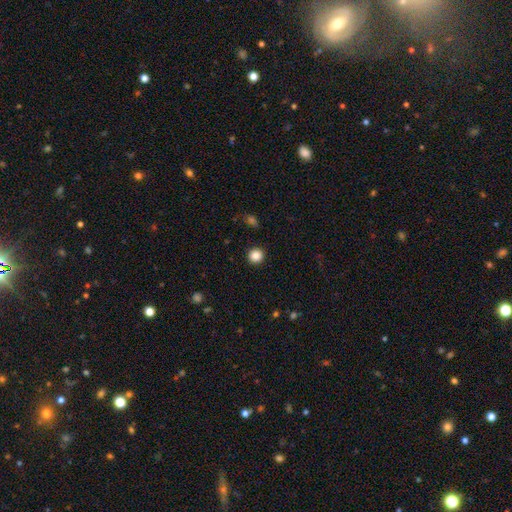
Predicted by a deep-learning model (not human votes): Overall: smooth (86%). How rounded: round (92%). Merging: none (92%).